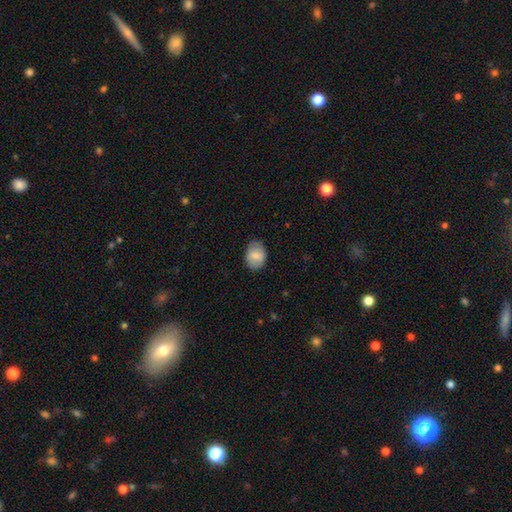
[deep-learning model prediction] smooth_or_featured: smooth (p=0.79) [alt: featured or disk p=0.14]
how_rounded: in between (p=0.75) [alt: round p=0.24]
merging: none (p=0.82) [alt: minor disturbance p=0.14]